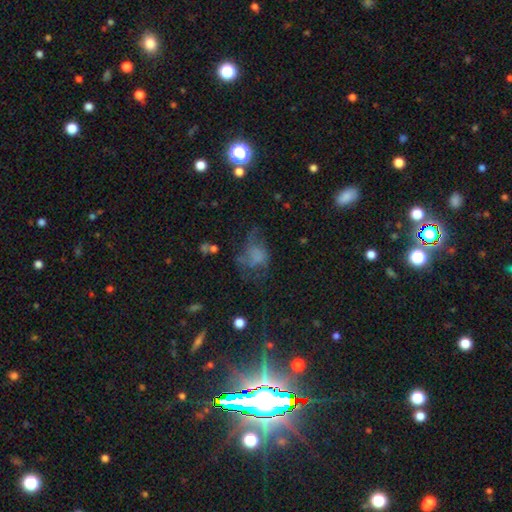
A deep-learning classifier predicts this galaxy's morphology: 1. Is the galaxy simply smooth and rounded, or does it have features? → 48% smooth, 33% featured or disk, 19% star or artifact.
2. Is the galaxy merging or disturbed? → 40% major disturbance, 34% none, 22% minor disturbance, 4% merger.